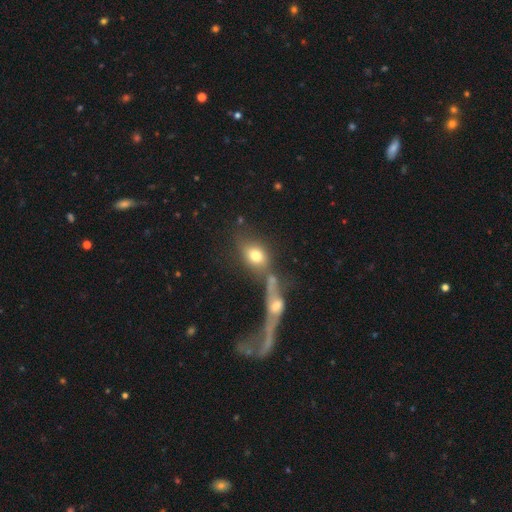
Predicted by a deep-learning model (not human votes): This appears to be a smooth galaxy with no disk features (70%) that is in between round and cigar-shaped (69%). Merging: merger (45%).